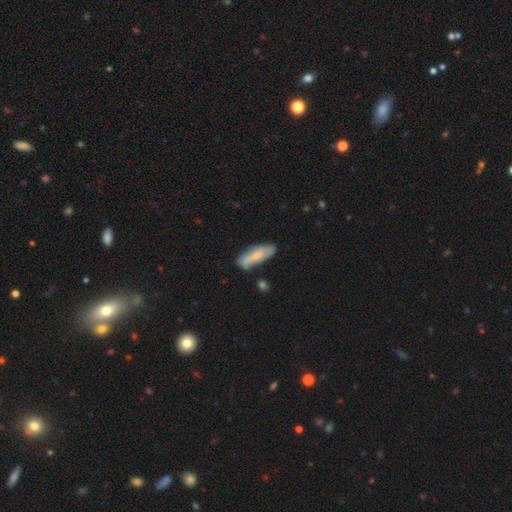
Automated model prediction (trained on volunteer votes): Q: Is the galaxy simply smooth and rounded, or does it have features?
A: smooth — 63%.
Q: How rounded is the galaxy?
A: in between — 60%.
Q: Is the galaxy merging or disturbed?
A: none — 63%.